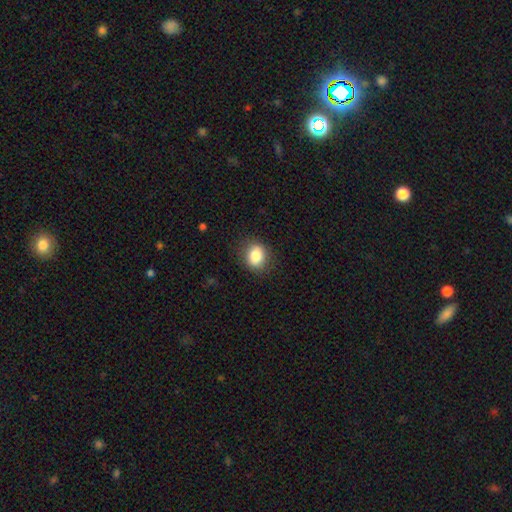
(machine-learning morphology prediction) smooth_or_featured: smooth (p=0.85) [alt: star or artifact p=0.09]
how_rounded: round (p=0.57) [alt: in between p=0.41]
merging: none (p=0.85) [alt: minor disturbance p=0.11]